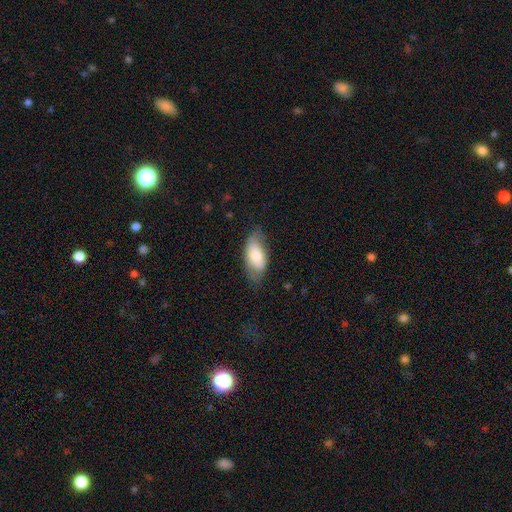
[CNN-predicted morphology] Smooth or featured?
  - smooth: 71% *
  - featured or disk: 23%
  - star or artifact: 6%
How rounded?
  - in between: 91% *
  - cigar-shaped: 6%
  - round: 3%
Merging?
  - none: 63% *
  - minor disturbance: 27%
  - major disturbance: 8%
  - merger: 1%